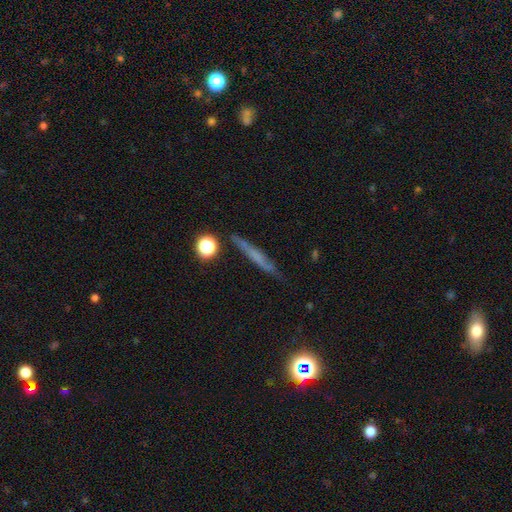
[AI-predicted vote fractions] The model was most divided on "smooth or featured": featured or disk: 46%, smooth: 42%, star or artifact: 12%. More confident: merging — none (80%).